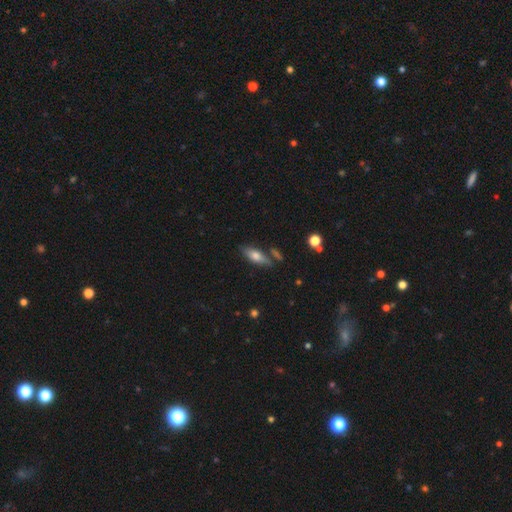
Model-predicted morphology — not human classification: Smooth or featured: smooth — 67% (featured or disk — 26%)
How rounded: in between — 63% (cigar-shaped — 34%)
Merging: none — 72% (minor disturbance — 15%)